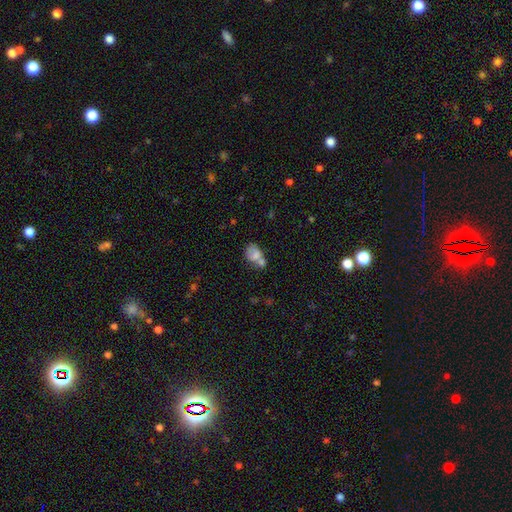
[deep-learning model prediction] smooth_or_featured: smooth (p=0.72) [alt: featured or disk p=0.18]
how_rounded: in between (p=0.69) [alt: round p=0.30]
merging: merger (p=0.50) [alt: none p=0.27]